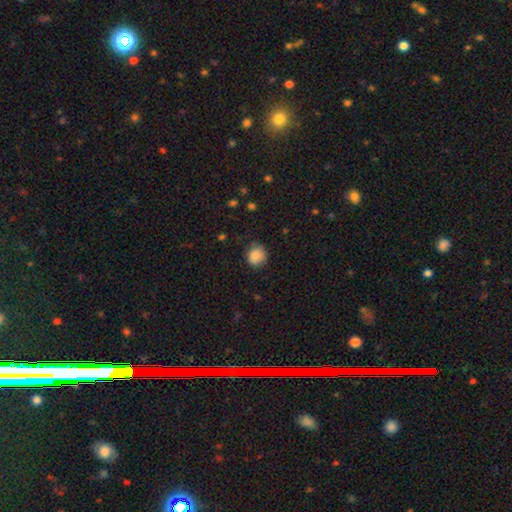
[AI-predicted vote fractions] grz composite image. It shows a smooth galaxy with no disk features (87%) that is round (83%). Merging: none (77%).